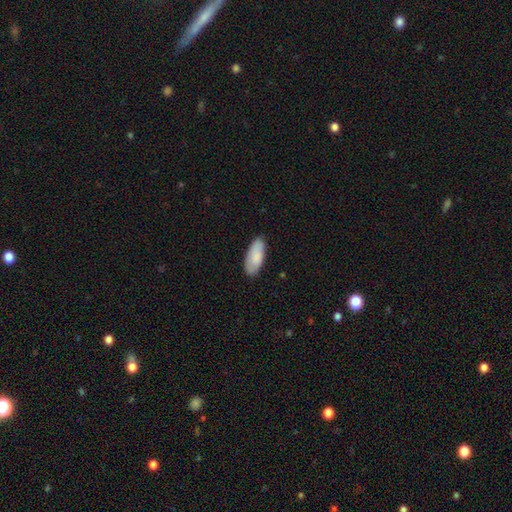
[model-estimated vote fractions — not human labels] Smooth or featured?
  - smooth: 85% *
  - featured or disk: 9%
  - star or artifact: 6%
How rounded?
  - in between: 86% *
  - cigar-shaped: 13%
  - round: 2%
Merging?
  - none: 84% *
  - minor disturbance: 13%
  - major disturbance: 2%
  - merger: 1%